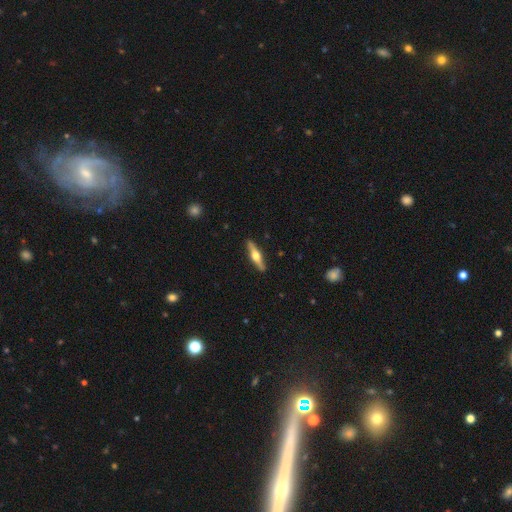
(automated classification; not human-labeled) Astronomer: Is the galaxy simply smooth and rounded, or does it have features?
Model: featured or disk — 64%.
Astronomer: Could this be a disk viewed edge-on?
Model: yes — 96%.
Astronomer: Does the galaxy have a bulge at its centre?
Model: rounded — 94%.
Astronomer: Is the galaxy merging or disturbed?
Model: none — 90%.